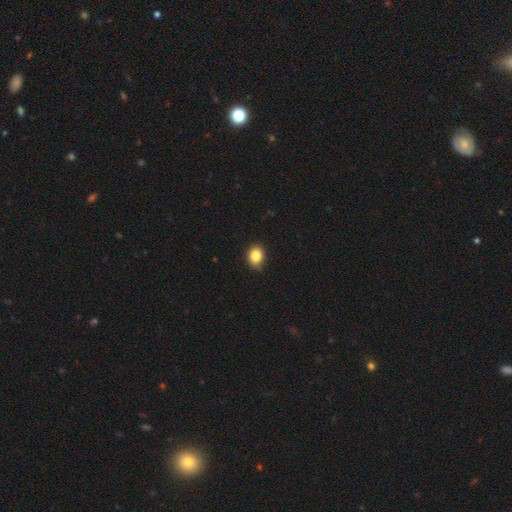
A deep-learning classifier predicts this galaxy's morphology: Overall: smooth (85%). How rounded: in between (51%; round 48%). Merging: none (82%).